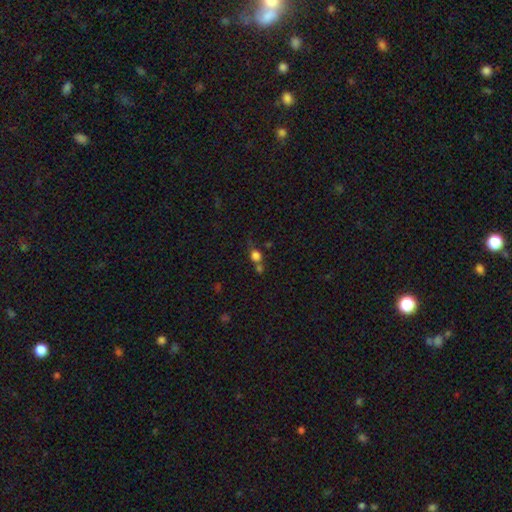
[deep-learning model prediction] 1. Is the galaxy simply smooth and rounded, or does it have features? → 73% smooth, 18% star or artifact, 9% featured or disk.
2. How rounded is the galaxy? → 80% round, 19% in between, 2% cigar-shaped.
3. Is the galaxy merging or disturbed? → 48% none, 35% merger, 11% minor disturbance, 7% major disturbance.